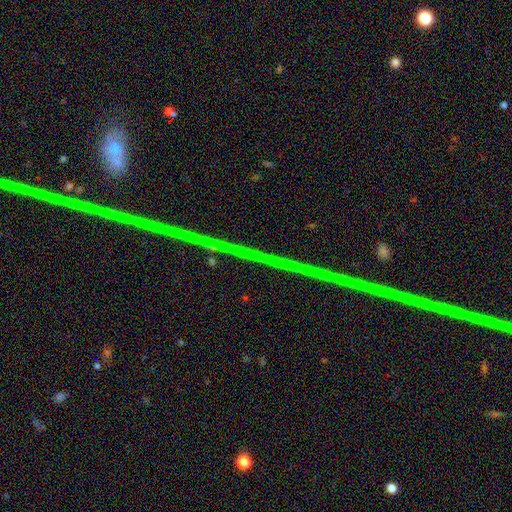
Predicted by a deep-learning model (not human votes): smooth-or-featured: star or artifact: 77% | featured or disk: 15% | smooth: 8%